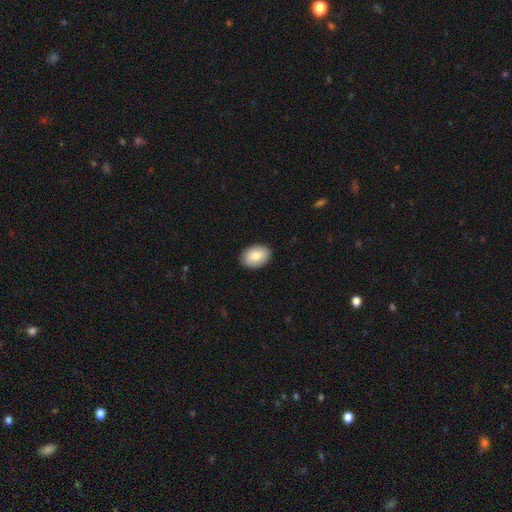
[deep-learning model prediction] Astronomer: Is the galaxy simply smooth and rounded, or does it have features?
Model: smooth — 84%.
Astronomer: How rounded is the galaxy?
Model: in between — 84%.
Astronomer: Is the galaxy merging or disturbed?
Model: none — 90%.